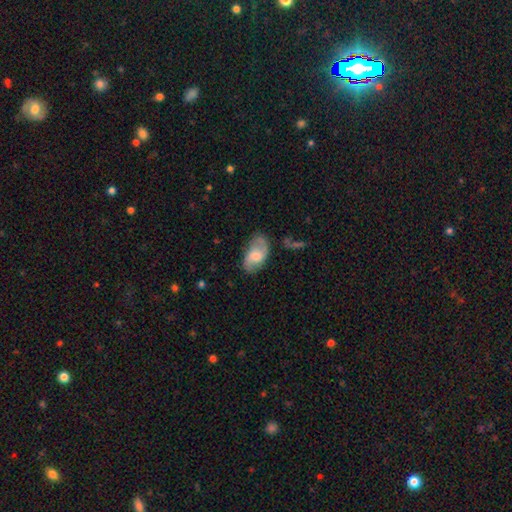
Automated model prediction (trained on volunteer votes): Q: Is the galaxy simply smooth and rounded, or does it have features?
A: smooth — 48%.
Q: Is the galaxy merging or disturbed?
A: none — 67%.